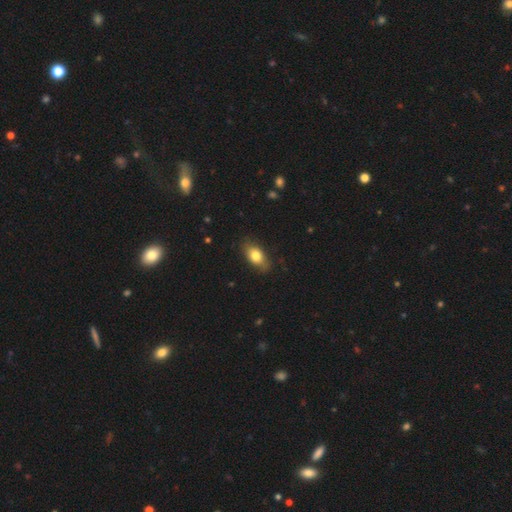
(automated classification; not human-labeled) smooth 78%, featured or disk 15%, star or artifact 7%. Down the decision tree: how rounded — in between (87%); merging — none (78%).